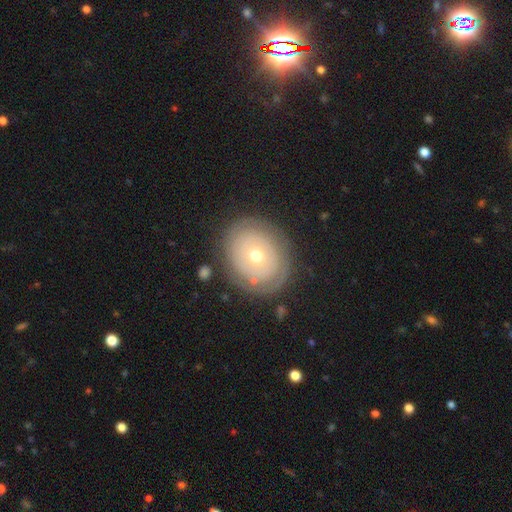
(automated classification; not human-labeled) A featured or disk galaxy (54%) with no bar (90%), no spiral arms (58%) and a moderate central bulge (52%). Merging: none (79%).